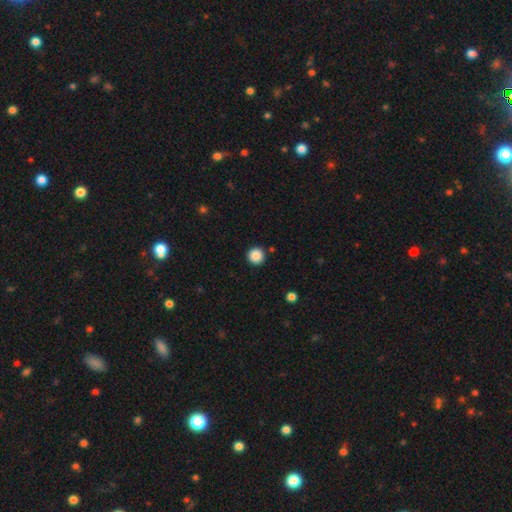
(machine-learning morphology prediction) A smooth galaxy with no disk features (87%) that is round (96%). Merging: none (91%).